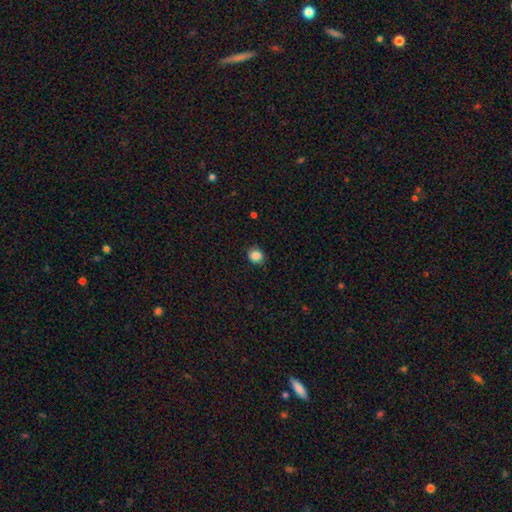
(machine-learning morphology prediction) Smooth or featured: smooth — 85% (star or artifact — 10%)
How rounded: round — 71% (in between — 28%)
Merging: none — 84% (minor disturbance — 12%)